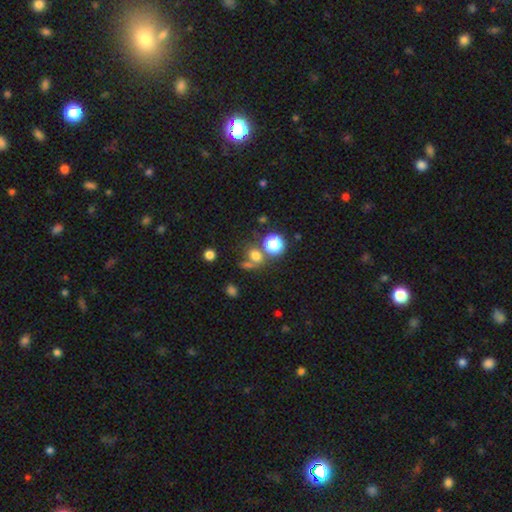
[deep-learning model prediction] Smooth or featured: smooth — 65% (star or artifact — 24%)
How rounded: round — 64% (in between — 34%)
Merging: none — 48% (merger — 29%)